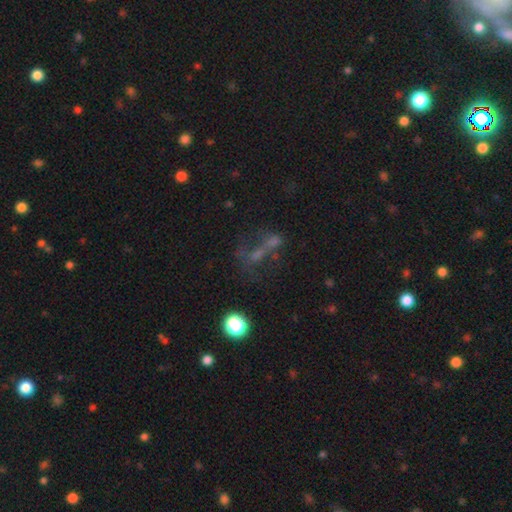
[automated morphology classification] Smooth or featured? Predicted: smooth (p=0.36). Merging? Predicted: none (p=0.37).